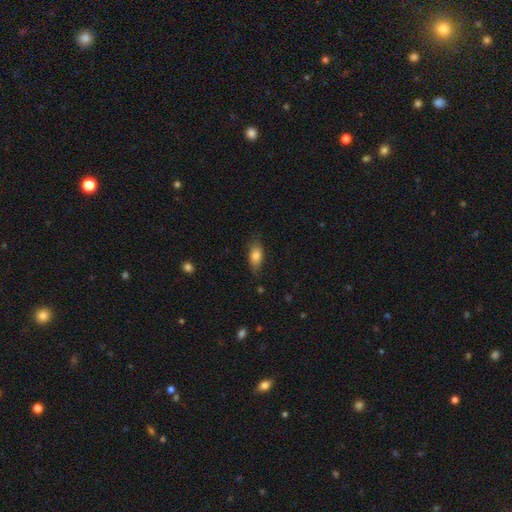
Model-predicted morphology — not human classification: Smooth or featured? Predicted: smooth (p=0.78). How rounded? Predicted: in between (p=0.82). Merging? Predicted: none (p=0.74).